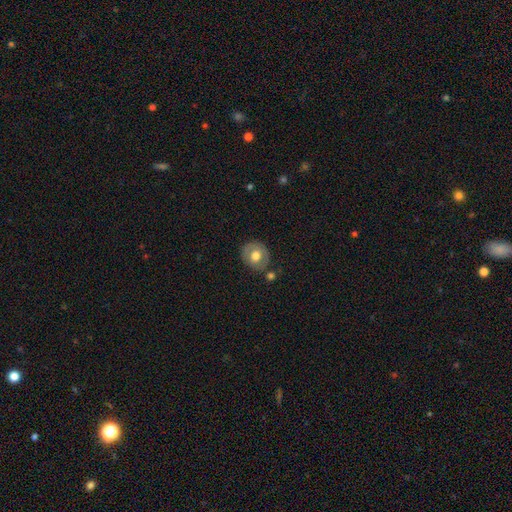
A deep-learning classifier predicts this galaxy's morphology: smooth-or-featured: smooth: 63% | featured or disk: 30% | star or artifact: 7%
  how-rounded: round: 79% | in between: 20% | cigar-shaped: 1%
  merging: none: 75% | minor disturbance: 14% | merger: 8% | major disturbance: 4%